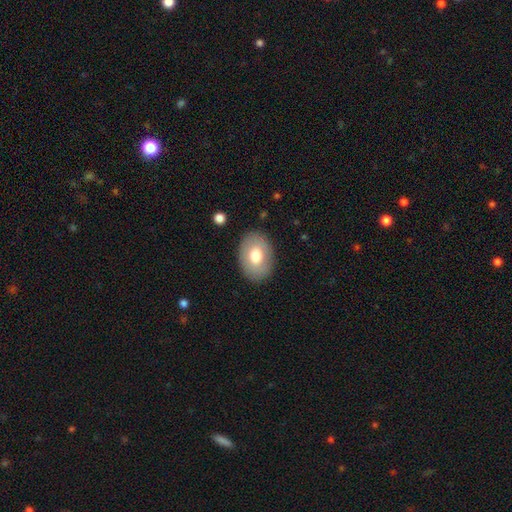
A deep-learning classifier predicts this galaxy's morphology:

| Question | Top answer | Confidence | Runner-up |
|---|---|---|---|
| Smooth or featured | smooth | 72% | featured or disk (21%) |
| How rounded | in between | 80% | round (20%) |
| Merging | none | 86% | minor disturbance (10%) |